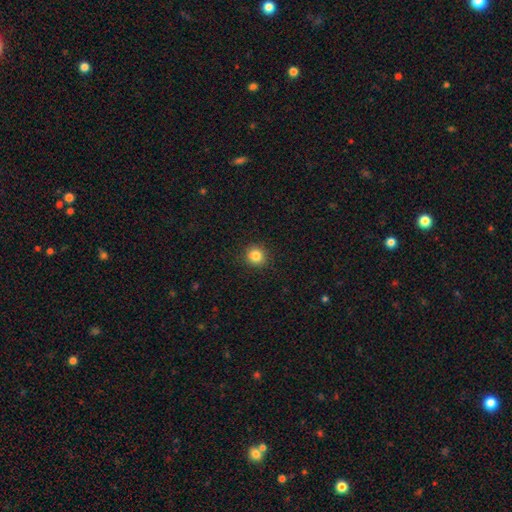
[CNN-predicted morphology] type=smooth (84%); roundness=round (90%); merging=none (91%).